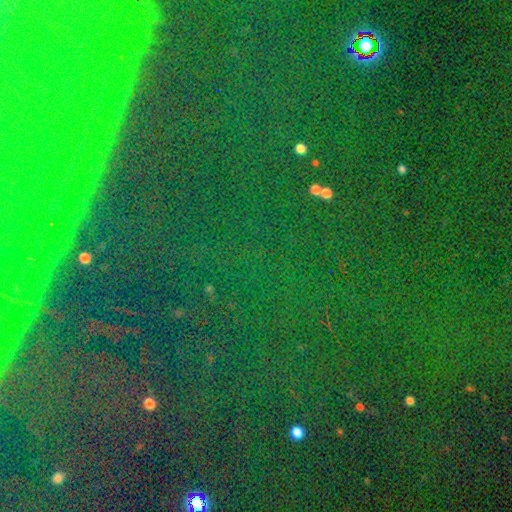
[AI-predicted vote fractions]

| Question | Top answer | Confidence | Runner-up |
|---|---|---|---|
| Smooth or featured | star or artifact | 82% | smooth (10%) |